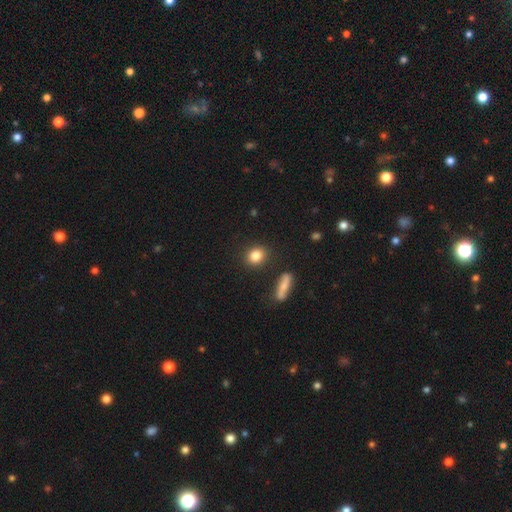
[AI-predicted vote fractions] This appears to be a smooth galaxy with no disk features (84%) that is round (65%). Merging: none (85%).